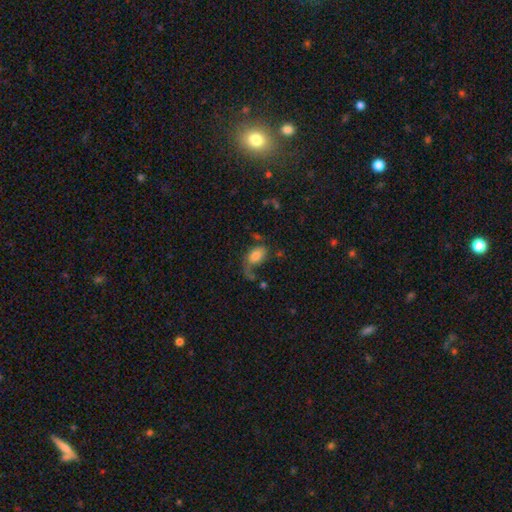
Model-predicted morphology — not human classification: A smooth galaxy with no disk features (69%) that is in between round and cigar-shaped (84%).

Vote fractions:
- Smooth or featured? smooth: 69% / featured or disk: 21% / star or artifact: 10%
- How rounded? in between: 84% / round: 13% / cigar-shaped: 2%
- Merging? major disturbance: 36% / none: 33% / minor disturbance: 20% / merger: 11%